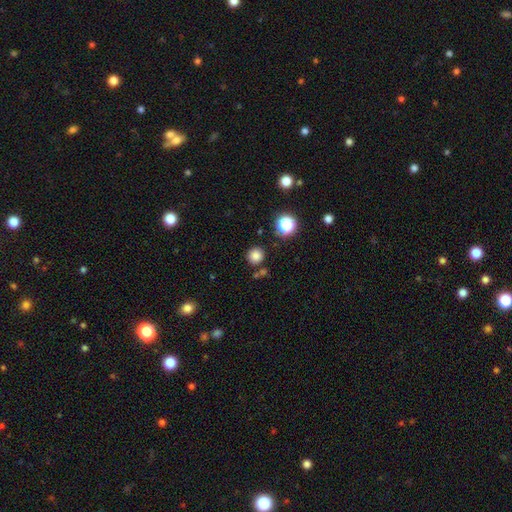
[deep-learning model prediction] Morphology: type=smooth (81%); roundness=round (93%); merging=none (83%).